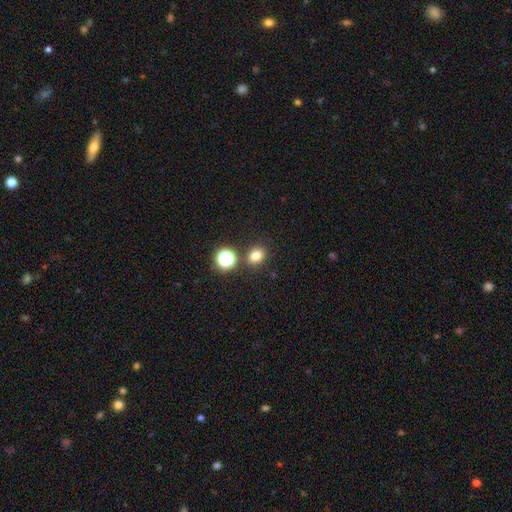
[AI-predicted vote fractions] A smooth galaxy with no disk features (76%) that is round (57%).

Vote fractions:
- Smooth or featured? smooth: 76% / star or artifact: 17% / featured or disk: 7%
- How rounded? round: 57% / in between: 42% / cigar-shaped: 1%
- Merging? none: 80% / minor disturbance: 9% / merger: 8% / major disturbance: 3%